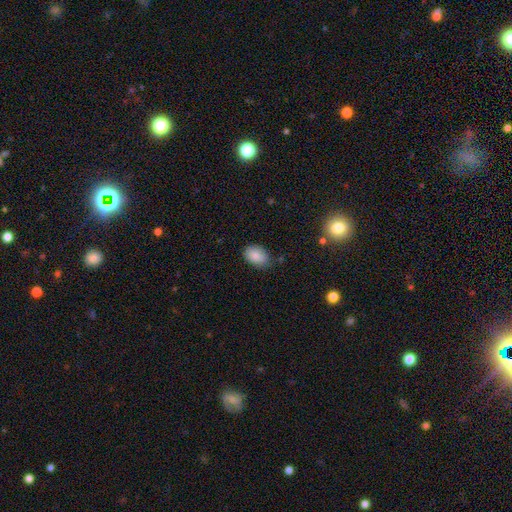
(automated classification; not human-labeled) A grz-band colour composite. It shows a smooth galaxy with no disk features (86%) that is in between round and cigar-shaped (85%). Merging: none (74%).